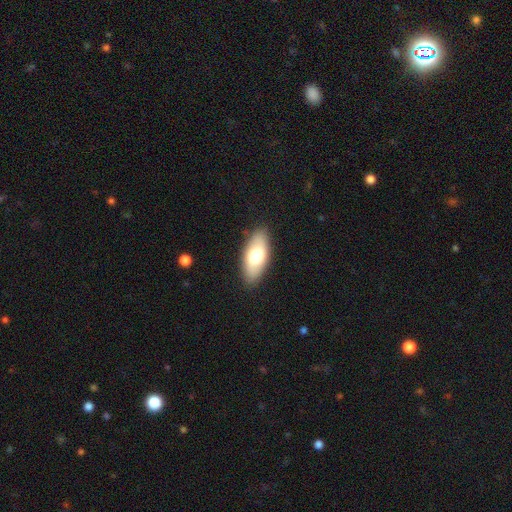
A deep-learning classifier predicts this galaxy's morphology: smooth-or-featured: smooth: 68% | featured or disk: 26% | star or artifact: 6%
  how-rounded: in between: 86% | cigar-shaped: 11% | round: 3%
  merging: none: 87% | minor disturbance: 10% | major disturbance: 2% | merger: 1%